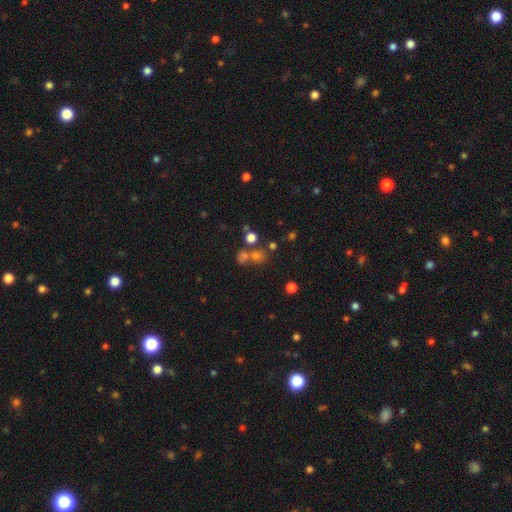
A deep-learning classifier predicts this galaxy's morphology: Overall: smooth (53%; star or artifact 34%). How rounded: round (79%). Merging: none (54%; merger 33%).